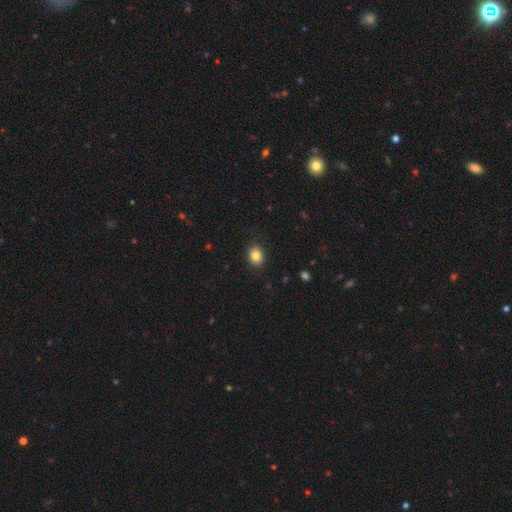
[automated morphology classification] smooth 83%, star or artifact 10%, featured or disk 6%. Down the decision tree: how rounded — round (51%); merging — none (87%).